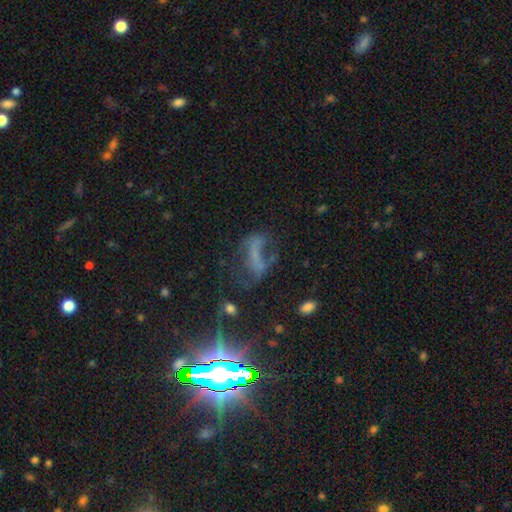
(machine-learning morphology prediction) This appears to be a star or artifact, not a galaxy (38%).